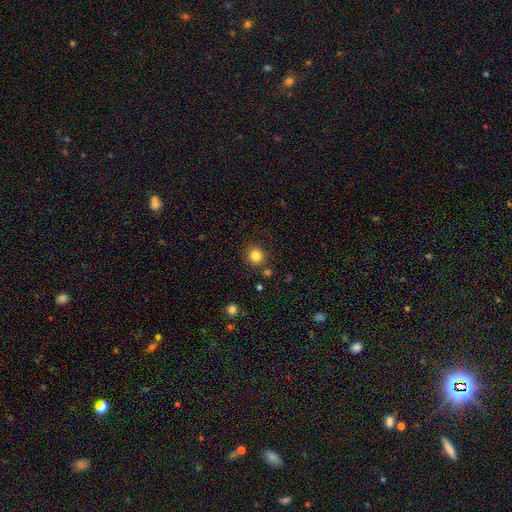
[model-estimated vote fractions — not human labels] Smooth or featured: smooth — 83% (star or artifact — 12%)
How rounded: round — 89% (in between — 10%)
Merging: none — 85% (minor disturbance — 8%)